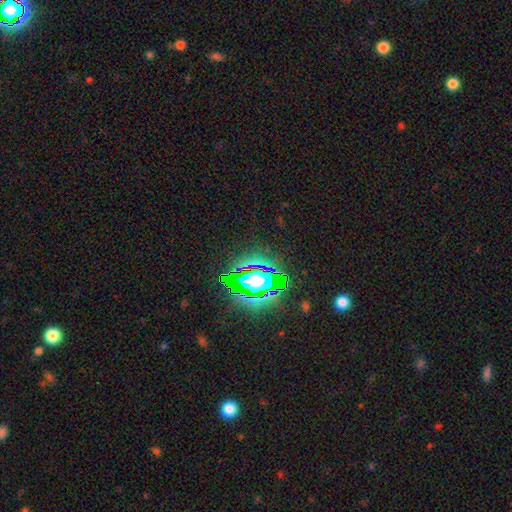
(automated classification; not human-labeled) This is likely a star or artifact rather than a galaxy (71%).